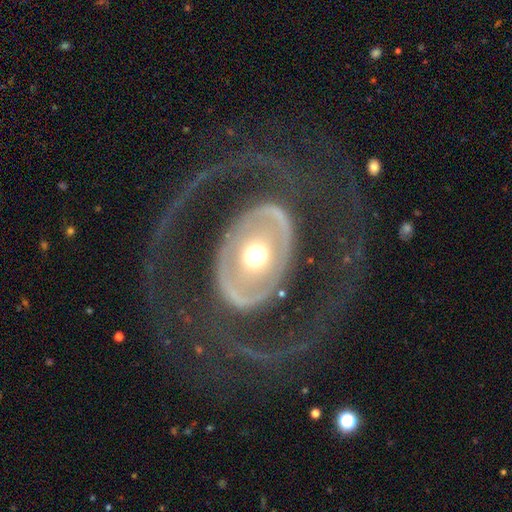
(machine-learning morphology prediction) This appears to be a featured or disk galaxy (80%) with no bar (59%), spiral arms (64%) and a moderate central bulge (72%). Merging: none (59%).